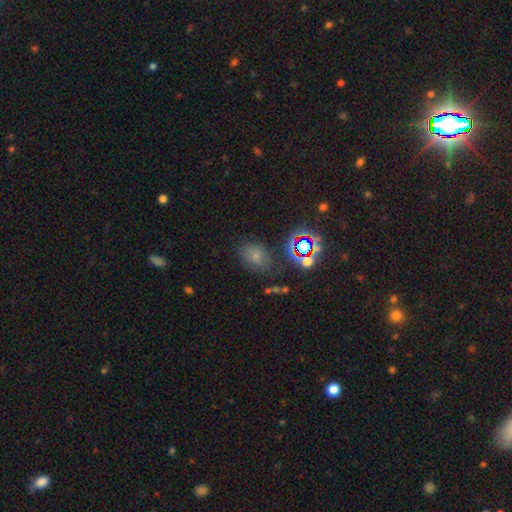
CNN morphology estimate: A smooth galaxy with no disk features (59%) that is in between round and cigar-shaped (68%).

Vote fractions:
- Smooth or featured? smooth: 59% / star or artifact: 28% / featured or disk: 13%
- How rounded? in between: 68% / round: 31% / cigar-shaped: 1%
- Merging? none: 70% / minor disturbance: 18% / major disturbance: 8% / merger: 4%